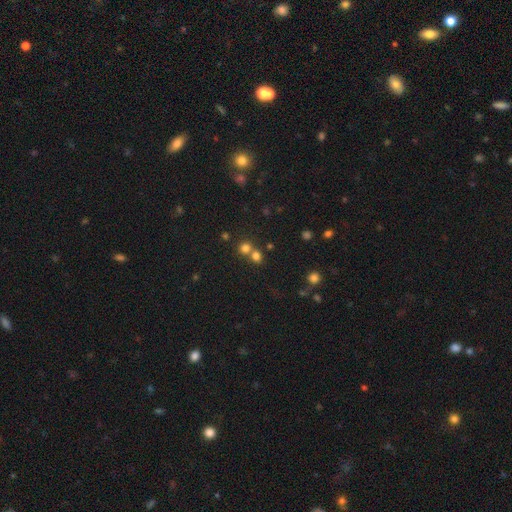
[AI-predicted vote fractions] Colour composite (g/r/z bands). It shows a smooth galaxy with no disk features (73%) that is round (81%). Merging: none (50%).